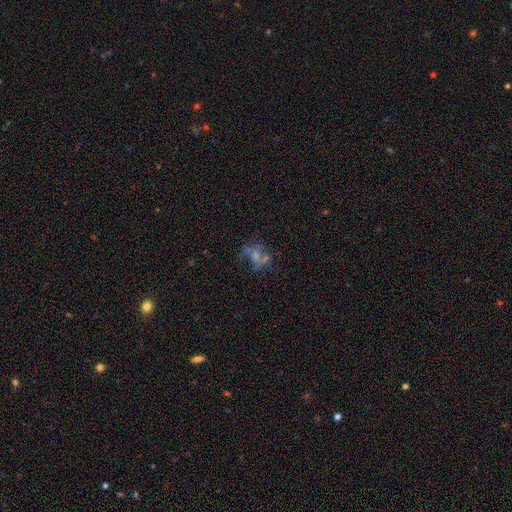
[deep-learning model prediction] smooth-or-featured: featured or disk: 44% | smooth: 32% | star or artifact: 24%
  merging: none: 34% | merger: 26% | major disturbance: 26% | minor disturbance: 14%